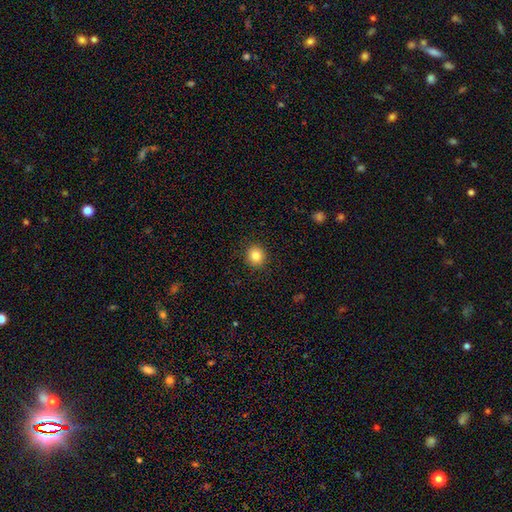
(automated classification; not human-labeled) Smooth or featured? smooth (83%)
How rounded? round (90%)
Merging? none (91%)